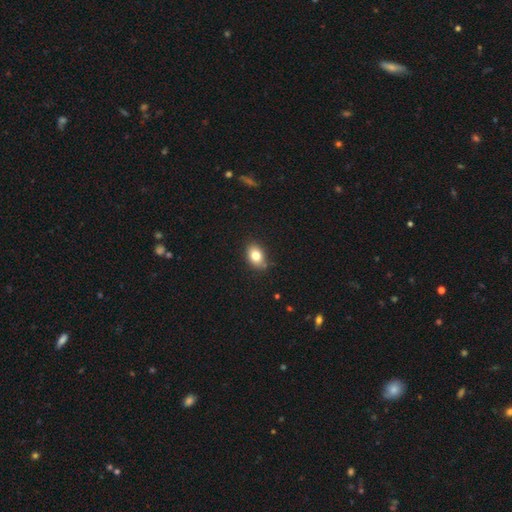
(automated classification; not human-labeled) Smooth or featured: smooth — 80% (featured or disk — 10%)
How rounded: in between — 77% (round — 22%)
Merging: none — 81% (minor disturbance — 14%)